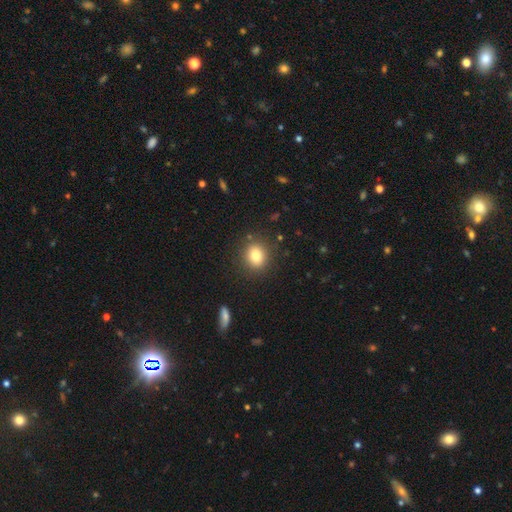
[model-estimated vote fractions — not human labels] Morphology: type=smooth (81%); roundness=round (70%); merging=none (87%).